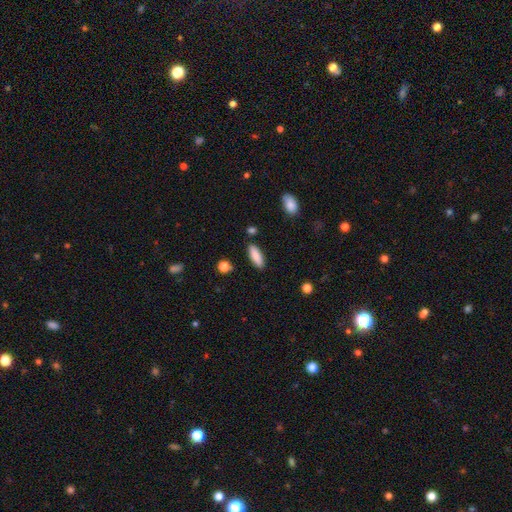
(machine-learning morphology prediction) A smooth galaxy with no disk features (87%) that is in between round and cigar-shaped (63%).

Vote fractions:
- Smooth or featured? smooth: 87% / featured or disk: 7% / star or artifact: 7%
- How rounded? in between: 63% / cigar-shaped: 35% / round: 2%
- Merging? none: 86% / minor disturbance: 9% / merger: 2% / major disturbance: 2%